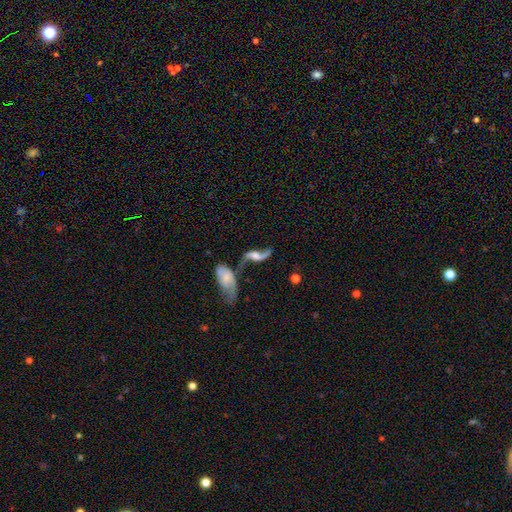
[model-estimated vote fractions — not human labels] smooth_or_featured: featured or disk (p=0.82) [alt: smooth p=0.12]
disk_edge_on: no (p=0.91) [alt: yes p=0.09]
bar: no (p=0.47) [alt: weak p=0.39]
has_spiral_arms: yes (p=0.93) [alt: no p=0.07]
spiral_winding: loose (p=0.90) [alt: medium p=0.08]
spiral_arm_count: 2 (p=0.91) [alt: 1 p=0.04]
bulge_size: moderate (p=0.38) [alt: small p=0.27]
merging: none (p=0.39) [alt: merger p=0.32]